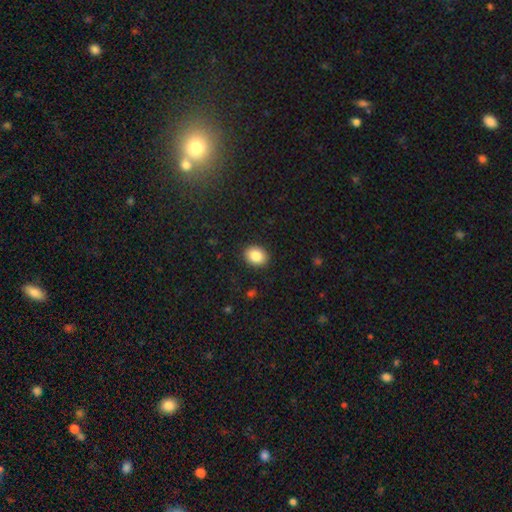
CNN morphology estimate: This is clearly a smooth galaxy (86%). How rounded: possibly in between (52%). Merging: clearly none (90%).